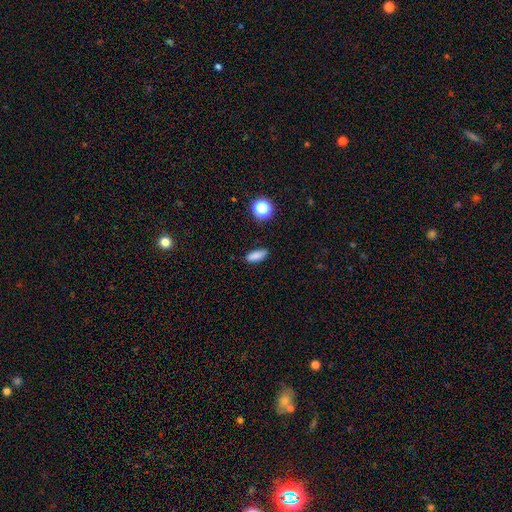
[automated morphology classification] This is clearly a smooth galaxy (83%). How rounded: likely in between (68%). Merging: clearly none (84%).